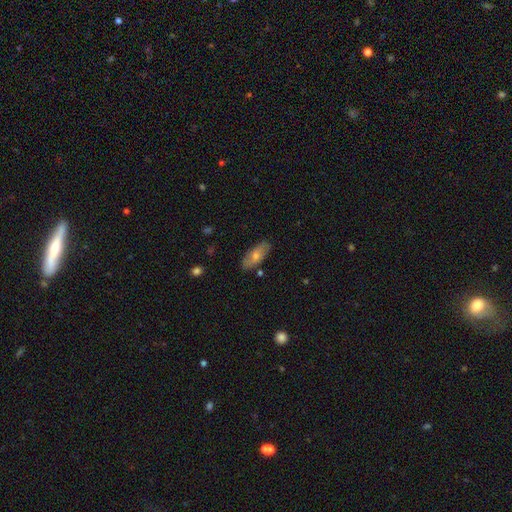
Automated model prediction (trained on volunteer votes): A smooth galaxy with no disk features (55%) that is in between round and cigar-shaped (78%).

Vote fractions:
- Smooth or featured? smooth: 55% / featured or disk: 37% / star or artifact: 8%
- How rounded? in between: 78% / cigar-shaped: 19% / round: 3%
- Merging? none: 85% / minor disturbance: 11% / major disturbance: 2% / merger: 1%